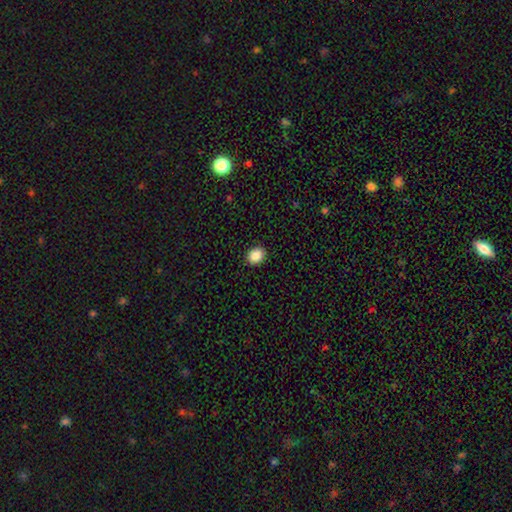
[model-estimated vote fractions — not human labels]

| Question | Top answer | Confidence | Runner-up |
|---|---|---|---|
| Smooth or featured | smooth | 88% | star or artifact (9%) |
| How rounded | round | 56% | in between (43%) |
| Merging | none | 91% | minor disturbance (6%) |